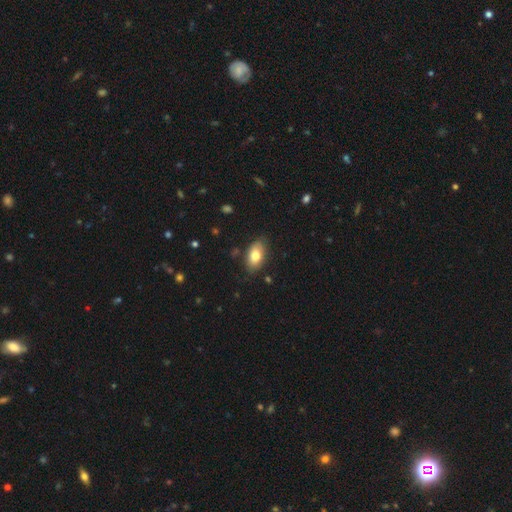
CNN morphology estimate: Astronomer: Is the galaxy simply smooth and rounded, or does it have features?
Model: smooth — 78%.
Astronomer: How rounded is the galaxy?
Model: in between — 92%.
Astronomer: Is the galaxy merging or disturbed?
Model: none — 81%.